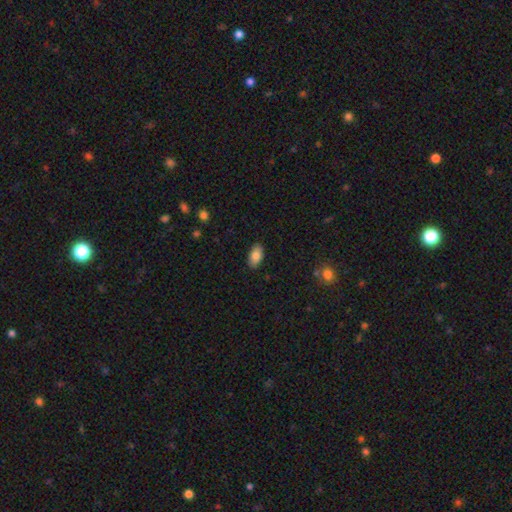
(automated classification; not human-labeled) This appears to be a smooth galaxy with no disk features (85%) that is in between round and cigar-shaped (94%). Merging: none (88%).